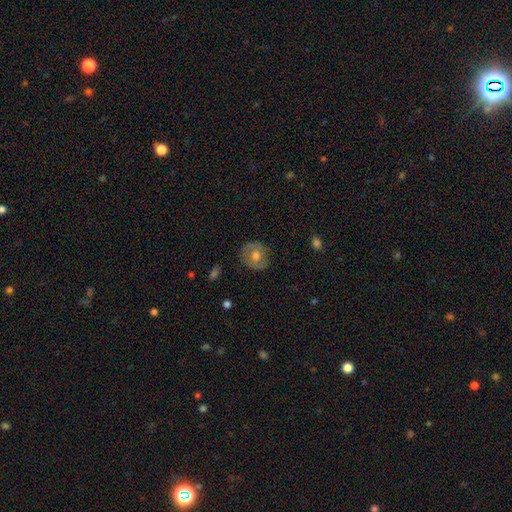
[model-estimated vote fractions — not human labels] The model was most divided on "smooth or featured": smooth: 50%, featured or disk: 41%, star or artifact: 9%. More confident: merging — none (83%).